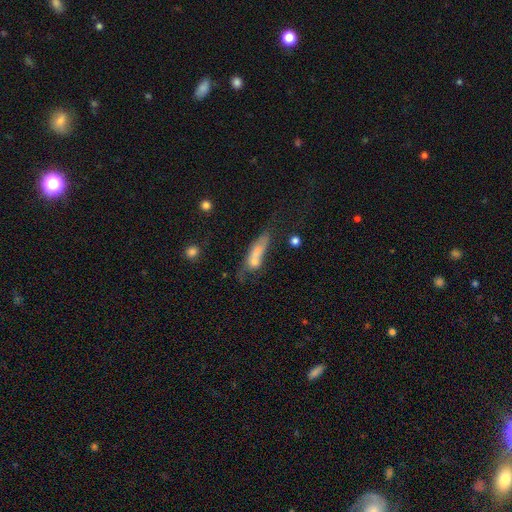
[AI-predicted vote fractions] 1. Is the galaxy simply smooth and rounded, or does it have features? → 60% smooth, 29% featured or disk, 11% star or artifact.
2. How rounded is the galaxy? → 54% cigar-shaped, 40% in between, 5% round.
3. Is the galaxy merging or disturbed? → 29% none, 27% merger, 24% major disturbance, 21% minor disturbance.